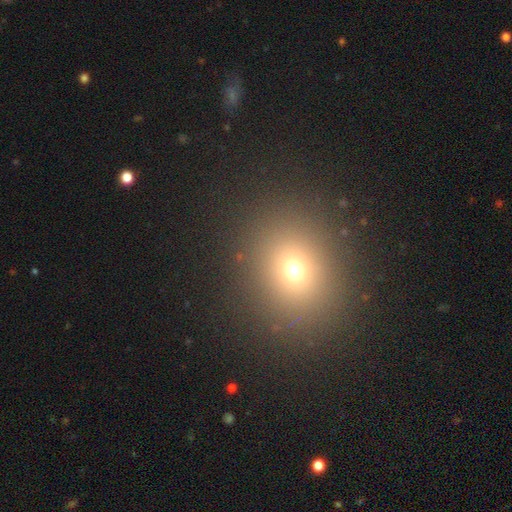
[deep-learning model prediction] Morphology: type=smooth (64%); roundness=round (71%); merging=none (91%).